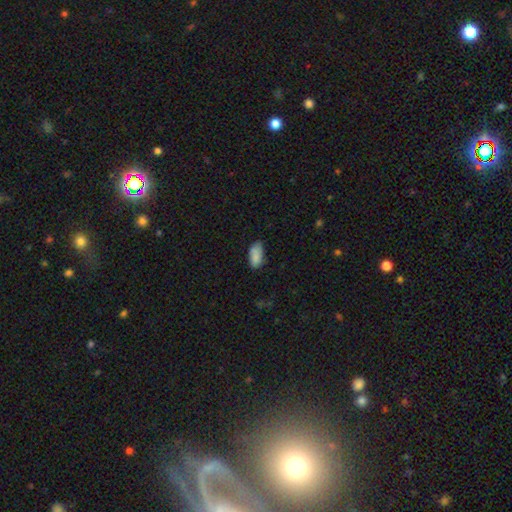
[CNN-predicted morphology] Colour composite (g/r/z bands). It shows a smooth galaxy with no disk features (84%) that is in between round and cigar-shaped (93%). Merging: none (59%).